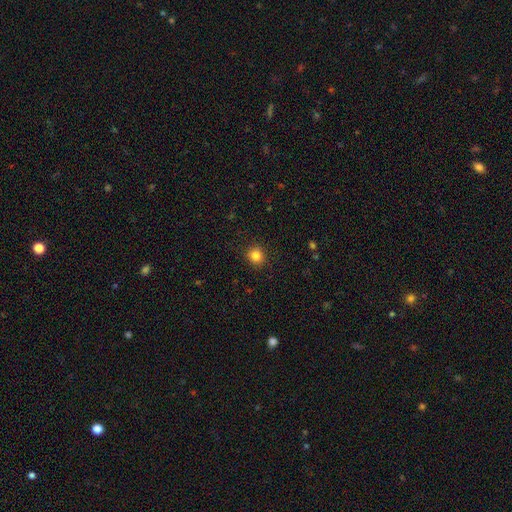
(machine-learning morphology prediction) Smooth or featured: smooth — 84% (star or artifact — 12%)
How rounded: round — 87% (in between — 12%)
Merging: none — 90% (minor disturbance — 7%)